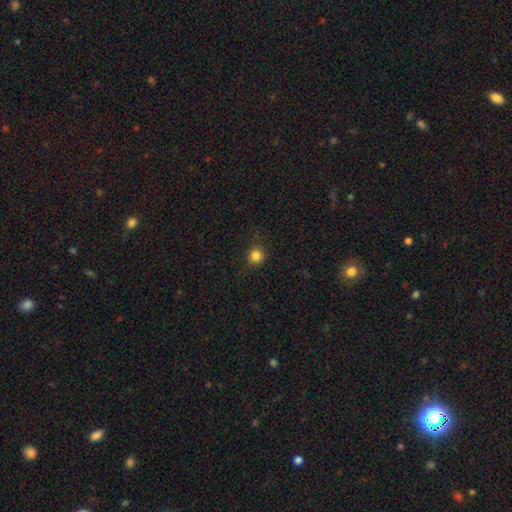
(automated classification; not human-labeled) Overall: smooth (83%). How rounded: round (91%). Merging: none (88%).